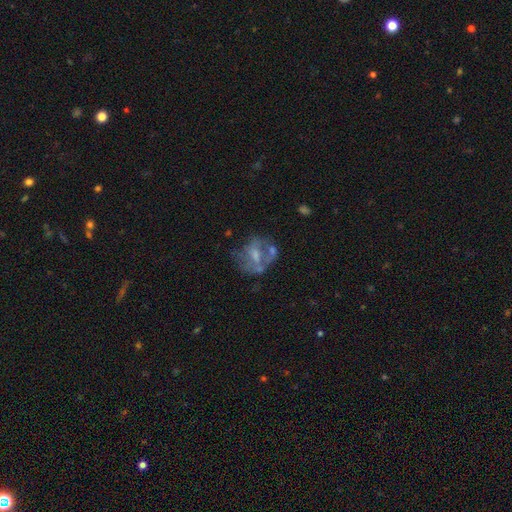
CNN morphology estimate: smooth-or-featured: featured or disk: 57% | smooth: 31% | star or artifact: 11%
  disk-edge-on: no: 97% | yes: 3%
    bar: no: 62% | weak: 30% | strong: 8%
    has-spiral-arms: no: 78% | yes: 22%
    bulge-size: moderate: 39% | small: 30% | none: 25% | large: 5% | dominant: 1%
  merging: none: 38% | major disturbance: 26% | minor disturbance: 19% | merger: 17%